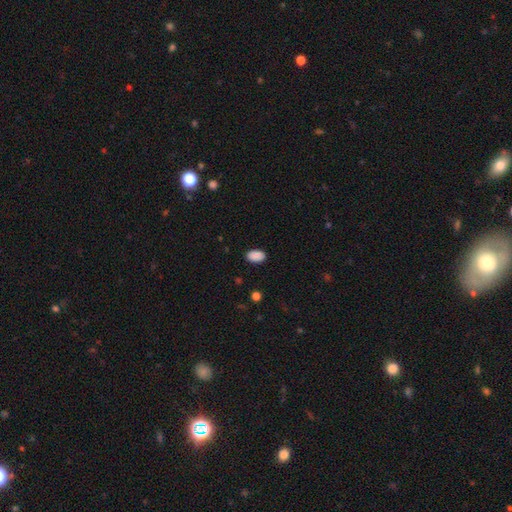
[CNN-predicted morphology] Q: Smooth or featured?
A: smooth (90%); runner-up: star or artifact (8%)
Q: How rounded?
A: in between (92%); runner-up: round (7%)
Q: Merging?
A: none (88%); runner-up: minor disturbance (9%)